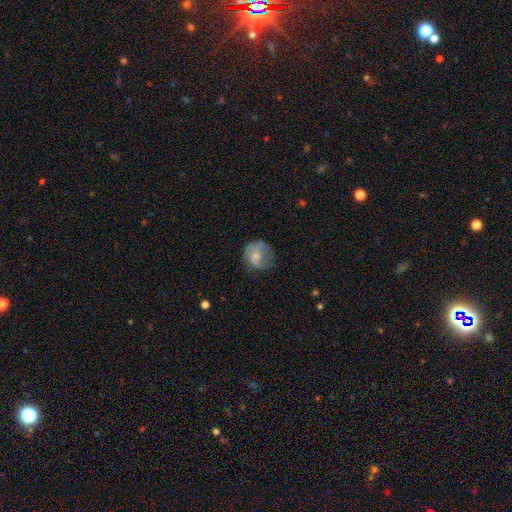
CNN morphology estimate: Smooth or featured?
  - smooth: 61% *
  - featured or disk: 31%
  - star or artifact: 8%
How rounded?
  - round: 76% *
  - in between: 23%
  - cigar-shaped: 1%
Merging?
  - none: 51% *
  - minor disturbance: 27%
  - major disturbance: 20%
  - merger: 2%